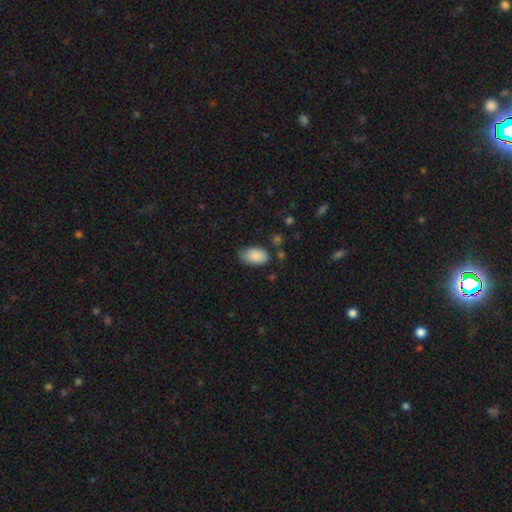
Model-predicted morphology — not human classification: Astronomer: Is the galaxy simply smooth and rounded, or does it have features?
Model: smooth — 88%.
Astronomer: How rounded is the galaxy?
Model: in between — 94%.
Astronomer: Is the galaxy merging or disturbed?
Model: none — 69%.